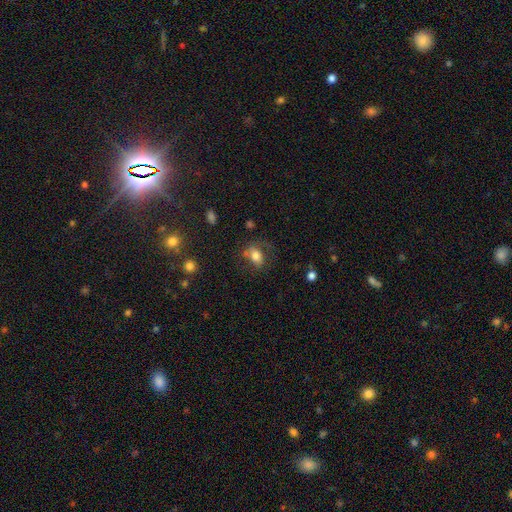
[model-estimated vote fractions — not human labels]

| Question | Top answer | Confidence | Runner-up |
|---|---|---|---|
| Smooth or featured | smooth | 70% | featured or disk (20%) |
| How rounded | in between | 75% | round (23%) |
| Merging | none | 52% | minor disturbance (23%) |